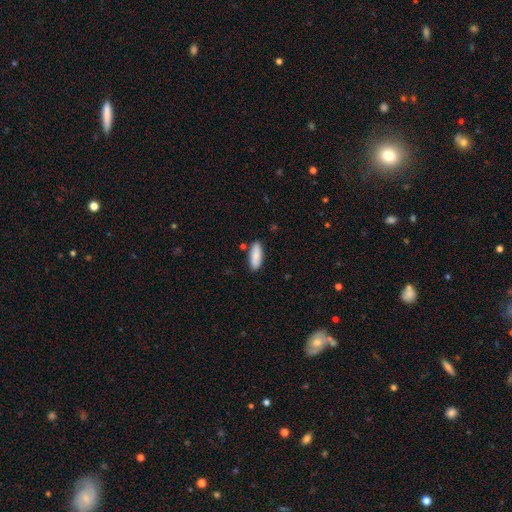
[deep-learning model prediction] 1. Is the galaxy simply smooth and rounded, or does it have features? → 88% smooth, 6% featured or disk, 6% star or artifact.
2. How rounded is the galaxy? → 71% in between, 27% cigar-shaped, 2% round.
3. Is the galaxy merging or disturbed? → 85% none, 10% minor disturbance, 3% merger, 2% major disturbance.